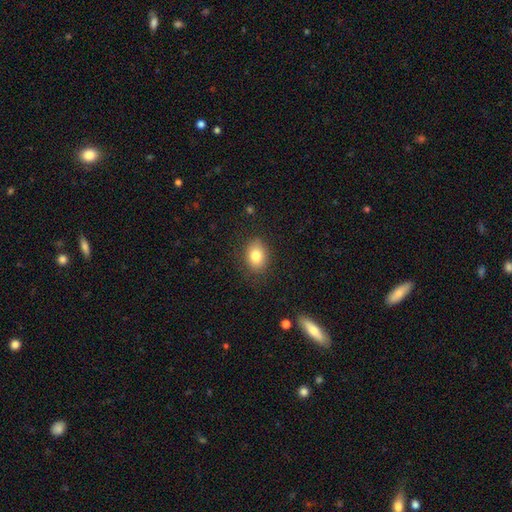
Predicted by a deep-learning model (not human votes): Smooth or featured?
  - smooth: 81% *
  - featured or disk: 10%
  - star or artifact: 9%
How rounded?
  - in between: 67% *
  - round: 32%
  - cigar-shaped: 1%
Merging?
  - none: 82% *
  - minor disturbance: 13%
  - major disturbance: 4%
  - merger: 1%